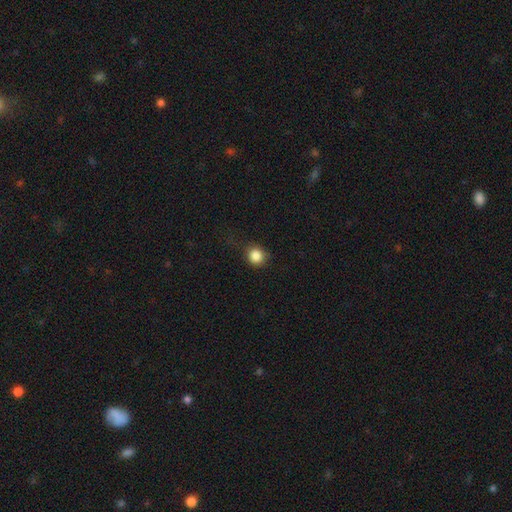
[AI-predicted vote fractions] Smooth or featured? smooth (86%)
How rounded? round (90%)
Merging? none (77%)